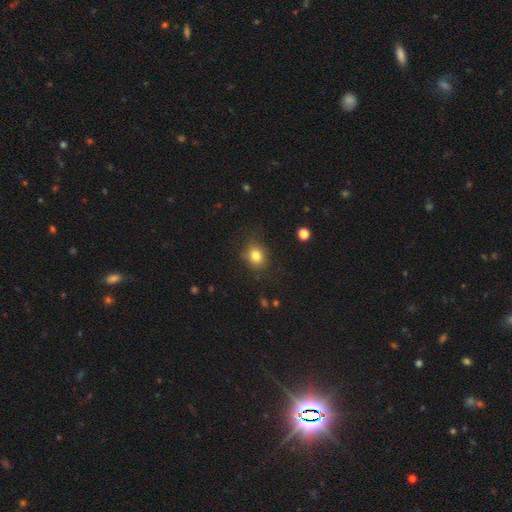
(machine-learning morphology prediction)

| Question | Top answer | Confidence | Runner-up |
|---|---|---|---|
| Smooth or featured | smooth | 81% | star or artifact (12%) |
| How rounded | round | 67% | in between (32%) |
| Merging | none | 74% | minor disturbance (18%) |